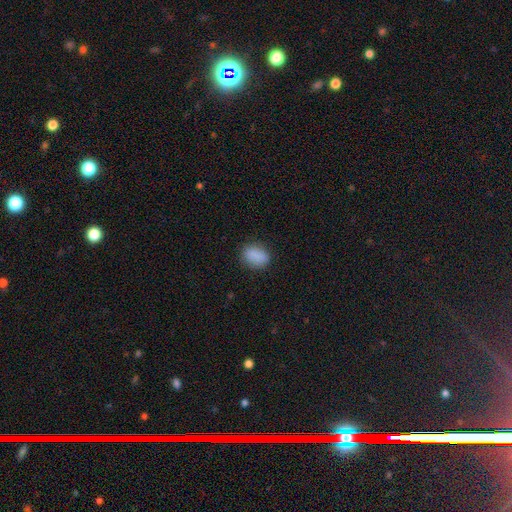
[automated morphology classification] The model was most divided on "how rounded": in between: 72%, round: 27%, cigar-shaped: 2%. More confident: smooth or featured — smooth (87%); merging — none (83%).